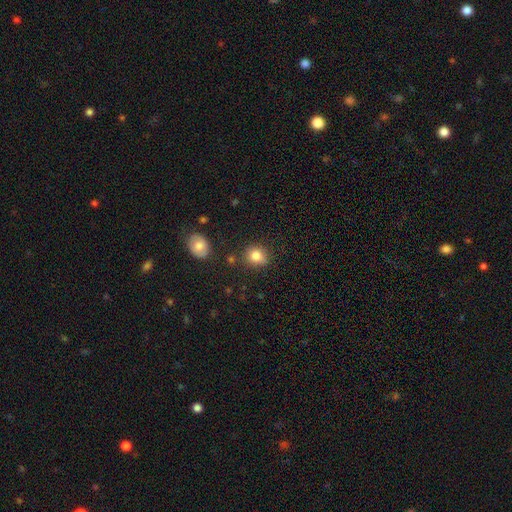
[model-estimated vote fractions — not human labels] This is clearly a smooth galaxy (83%). How rounded: likely round (67%). Merging: likely none (76%).